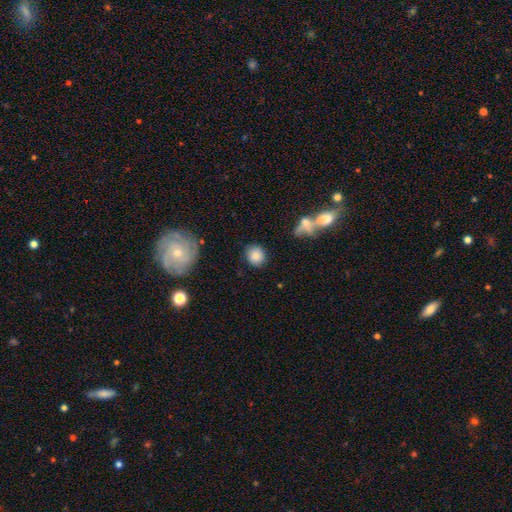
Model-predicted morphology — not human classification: Smooth or featured? smooth (84%)
How rounded? round (76%)
Merging? none (83%)